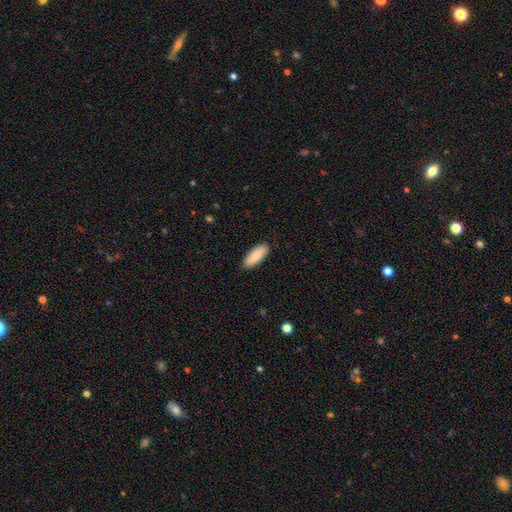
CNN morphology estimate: smooth 80%, featured or disk 14%, star or artifact 5%. Down the decision tree: how rounded — in between (76%); merging — none (88%).